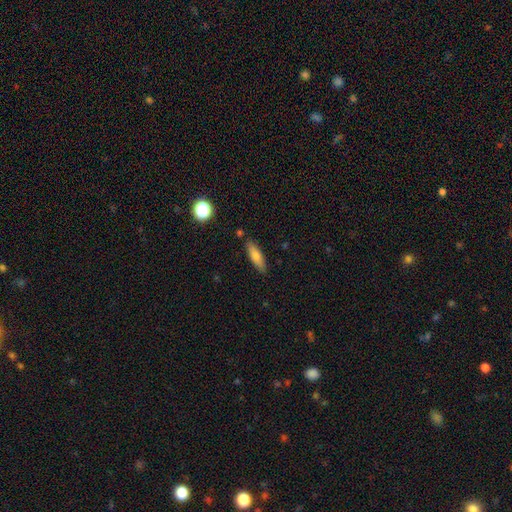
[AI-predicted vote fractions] This appears to be a smooth galaxy with no disk features (75%) that is cigar-shaped (60%). Merging: none (83%).